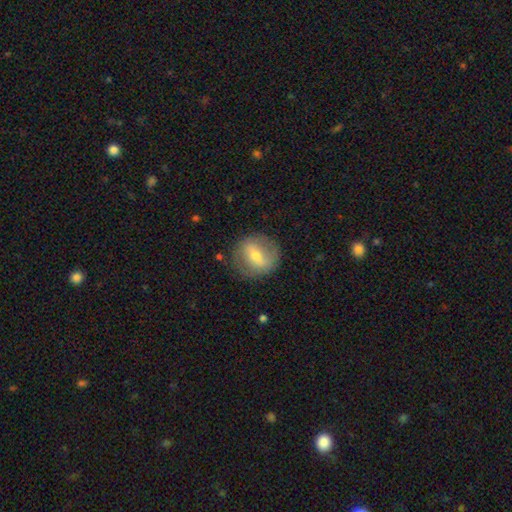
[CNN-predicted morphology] smooth_or_featured: featured or disk (p=0.50) [alt: smooth p=0.43]
merging: none (p=0.79) [alt: minor disturbance p=0.14]